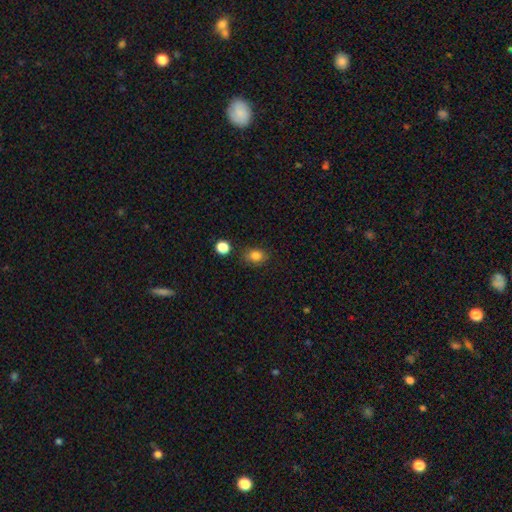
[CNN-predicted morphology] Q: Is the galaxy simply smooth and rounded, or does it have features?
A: smooth — 83%.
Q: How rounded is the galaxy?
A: in between — 57%.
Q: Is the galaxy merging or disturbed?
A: none — 79%.